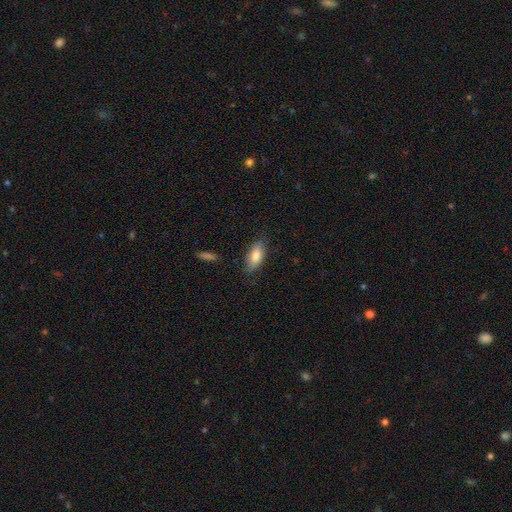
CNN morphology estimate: The model was most divided on "smooth or featured": smooth: 78%, featured or disk: 15%, star or artifact: 7%. More confident: how rounded — in between (85%); merging — none (80%).